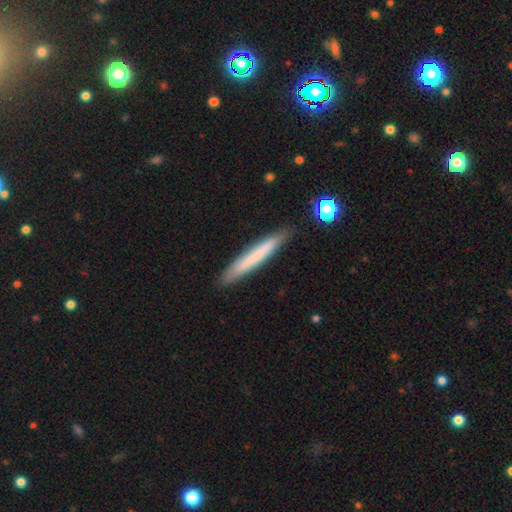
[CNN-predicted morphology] smooth-or-featured: smooth: 68% | featured or disk: 26% | star or artifact: 6%
  how-rounded: cigar-shaped: 96% | in between: 3% | round: 1%
  merging: none: 89% | minor disturbance: 8% | major disturbance: 2% | merger: 2%